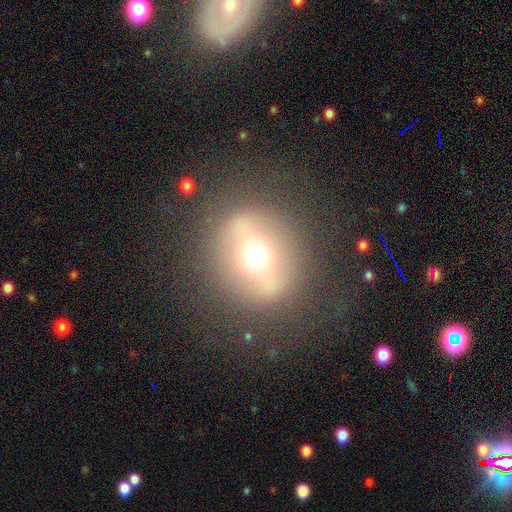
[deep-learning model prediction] Q: Smooth or featured?
A: smooth (43%); runner-up: featured or disk (41%)
Q: Merging?
A: none (82%); runner-up: minor disturbance (9%)